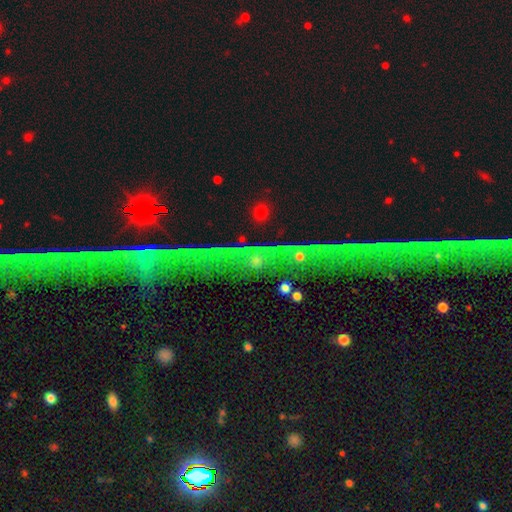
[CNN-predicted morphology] type=star or artifact (79%).